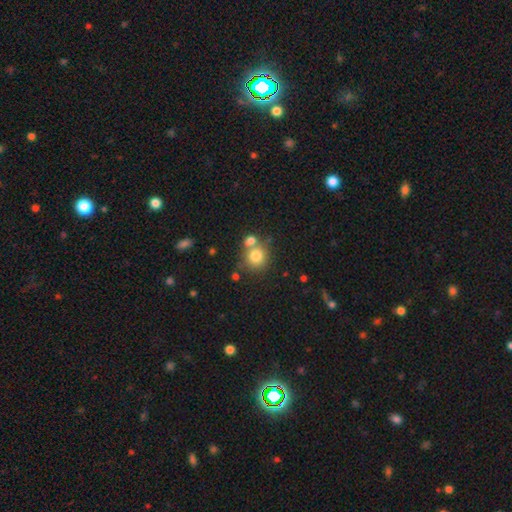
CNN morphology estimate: Q: Smooth or featured?
A: smooth (79%); runner-up: star or artifact (11%)
Q: How rounded?
A: round (86%); runner-up: in between (13%)
Q: Merging?
A: none (54%); runner-up: merger (33%)